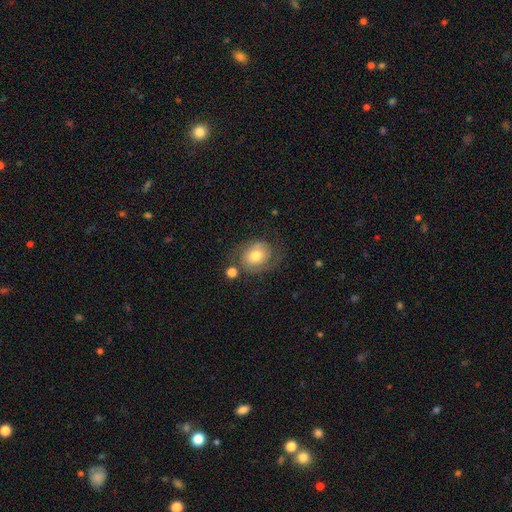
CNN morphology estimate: This is possibly a featured or disk galaxy (49%). Merging: possibly none (57%).